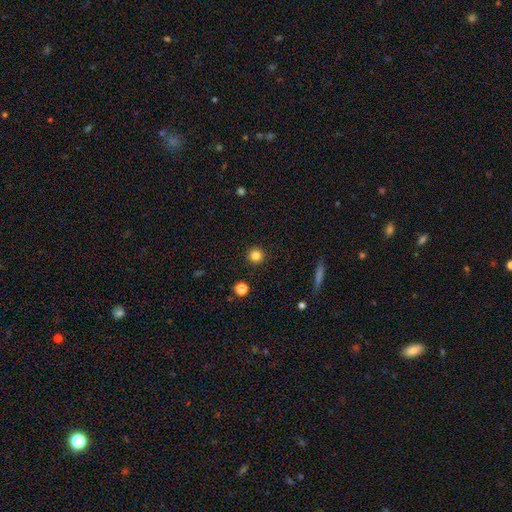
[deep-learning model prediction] Morphology: type=smooth (82%); roundness=round (95%); merging=none (92%).